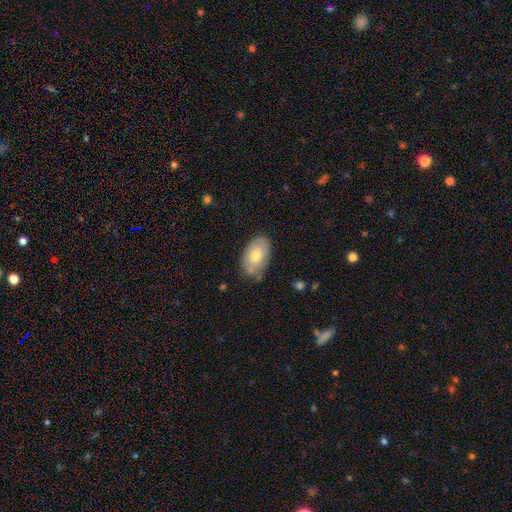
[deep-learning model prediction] The model was most divided on "merging": none: 73%, minor disturbance: 21%, major disturbance: 4%, merger: 3%. More confident: how rounded — in between (92%); smooth or featured — smooth (73%).